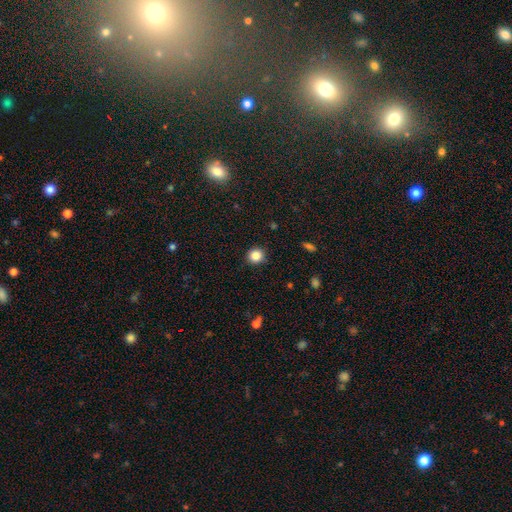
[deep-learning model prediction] smooth-or-featured: smooth: 85% | star or artifact: 11% | featured or disk: 4%
  how-rounded: round: 89% | in between: 10% | cigar-shaped: 1%
  merging: none: 90% | minor disturbance: 7% | major disturbance: 2% | merger: 1%